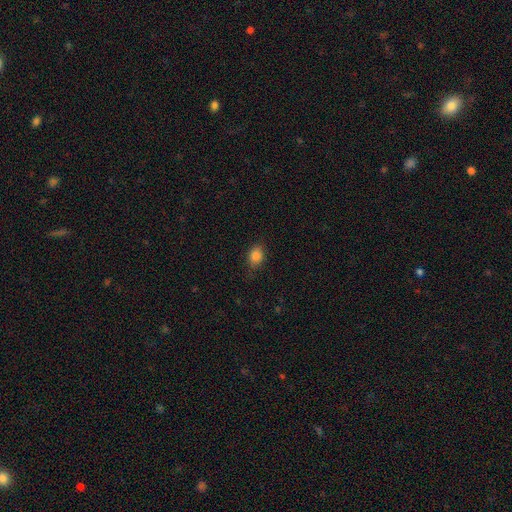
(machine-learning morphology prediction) smooth-or-featured: smooth: 85% | star or artifact: 10% | featured or disk: 5%
  how-rounded: in between: 67% | round: 31% | cigar-shaped: 1%
  merging: none: 77% | minor disturbance: 17% | major disturbance: 4% | merger: 1%